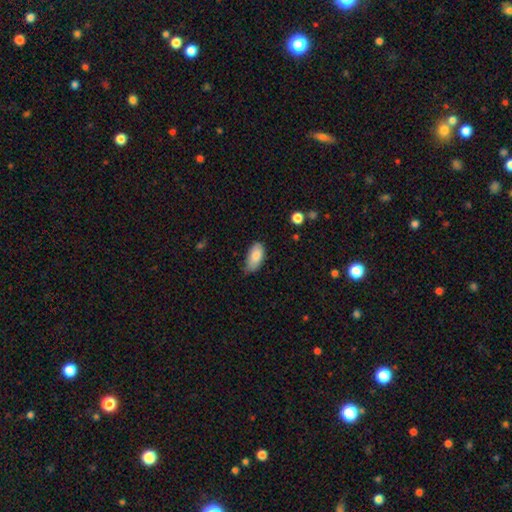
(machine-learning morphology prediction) The model was most divided on "merging": none: 60%, minor disturbance: 33%, major disturbance: 5%, merger: 2%. More confident: how rounded — in between (93%); smooth or featured — smooth (86%).